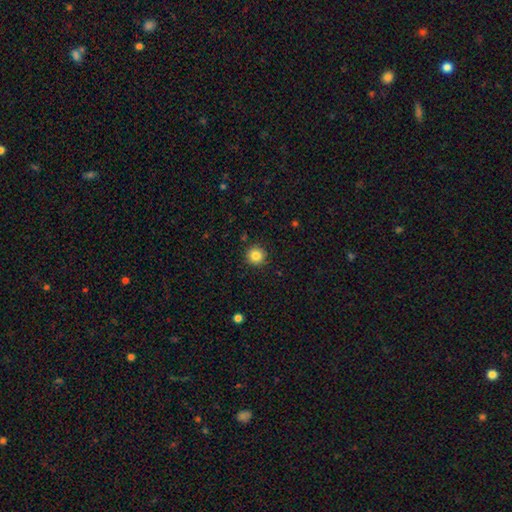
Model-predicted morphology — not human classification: smooth-or-featured: smooth: 84% | star or artifact: 11% | featured or disk: 5%
  how-rounded: round: 95% | in between: 4% | cigar-shaped: 1%
  merging: none: 91% | minor disturbance: 6% | major disturbance: 2% | merger: 1%